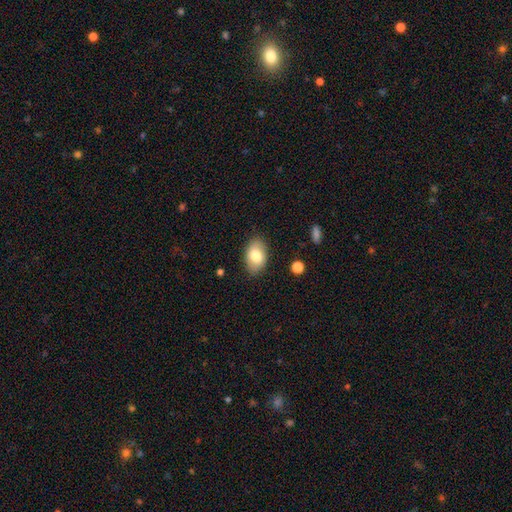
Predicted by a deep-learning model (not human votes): Smooth or featured? Predicted: smooth (p=0.78). How rounded? Predicted: in between (p=0.90). Merging? Predicted: none (p=0.85).